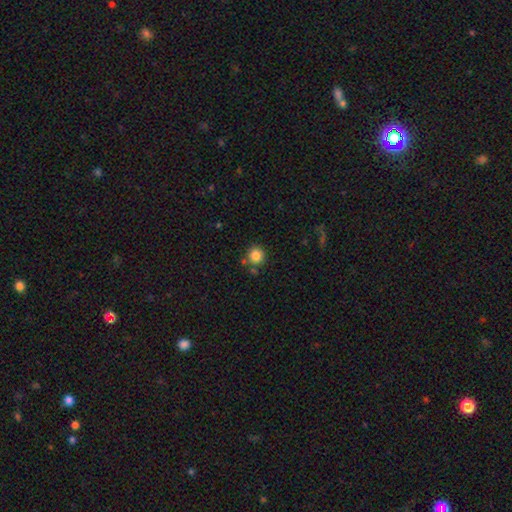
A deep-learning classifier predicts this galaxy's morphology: smooth_or_featured: smooth (p=0.84) [alt: star or artifact p=0.11]
how_rounded: round (p=0.92) [alt: in between p=0.07]
merging: none (p=0.79) [alt: minor disturbance p=0.10]